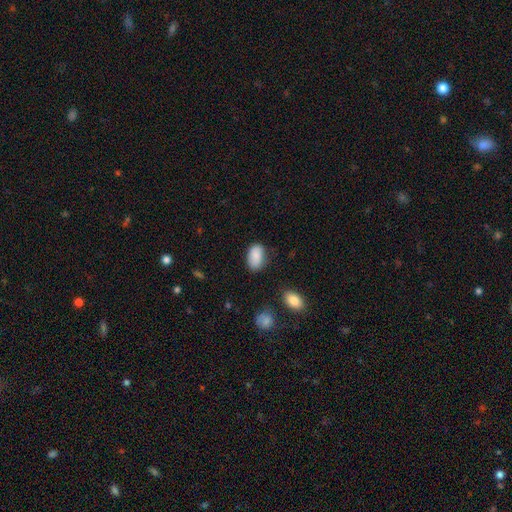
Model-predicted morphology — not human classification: Q: Smooth or featured?
A: smooth (87%); runner-up: star or artifact (7%)
Q: How rounded?
A: in between (92%); runner-up: round (6%)
Q: Merging?
A: none (77%); runner-up: minor disturbance (17%)